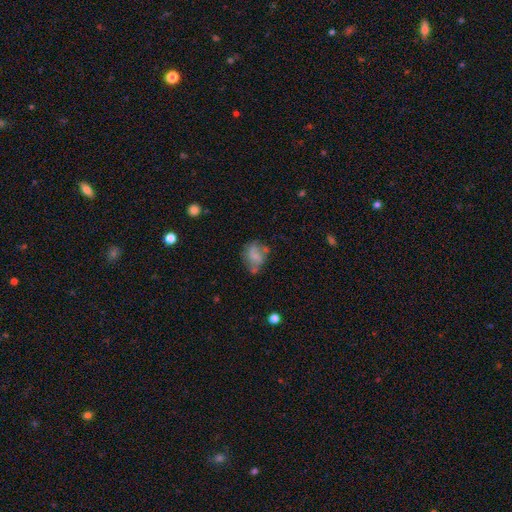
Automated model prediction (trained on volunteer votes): Smooth or featured? smooth (55%)
How rounded? in between (59%)
Merging? none (41%)